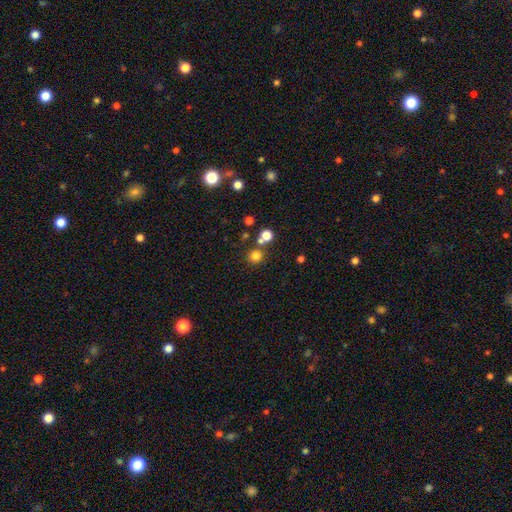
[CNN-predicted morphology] Smooth or featured?
  - smooth: 78% *
  - star or artifact: 16%
  - featured or disk: 6%
How rounded?
  - round: 91% *
  - in between: 8%
  - cigar-shaped: 1%
Merging?
  - none: 72% *
  - merger: 18%
  - minor disturbance: 7%
  - major disturbance: 3%